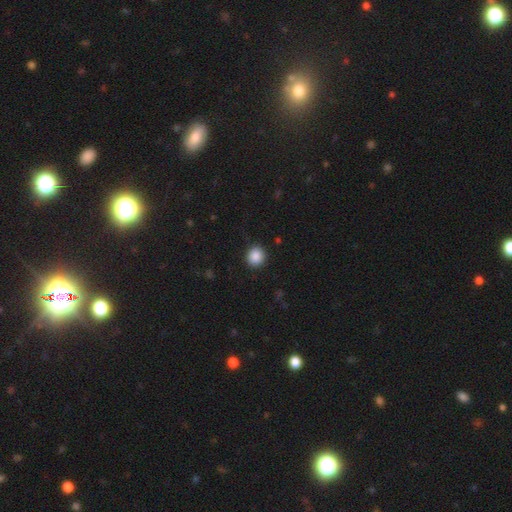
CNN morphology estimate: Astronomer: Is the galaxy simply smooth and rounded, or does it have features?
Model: smooth — 88%.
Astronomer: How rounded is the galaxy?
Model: round — 87%.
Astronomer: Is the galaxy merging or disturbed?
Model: none — 90%.